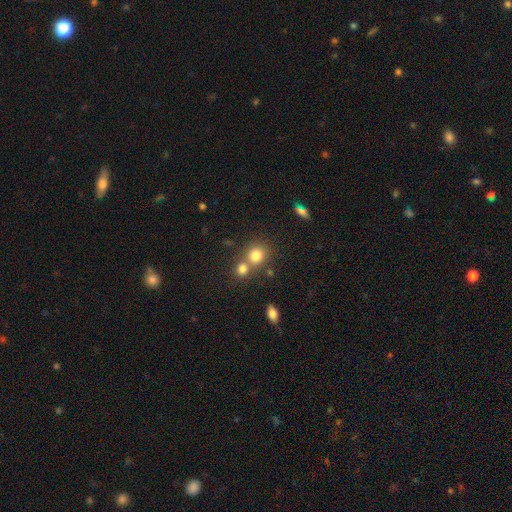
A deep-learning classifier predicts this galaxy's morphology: smooth_or_featured: smooth (p=0.79) [alt: star or artifact p=0.12]
how_rounded: round (p=0.80) [alt: in between p=0.18]
merging: none (p=0.51) [alt: merger p=0.39]